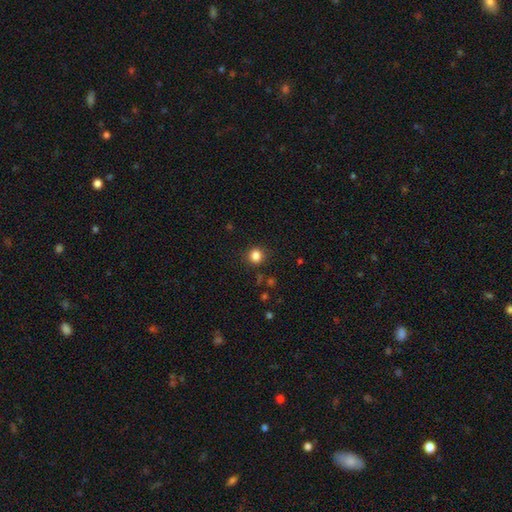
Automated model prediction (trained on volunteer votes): Smooth or featured: smooth — 84% (star or artifact — 12%)
How rounded: round — 88% (in between — 11%)
Merging: none — 89% (minor disturbance — 7%)